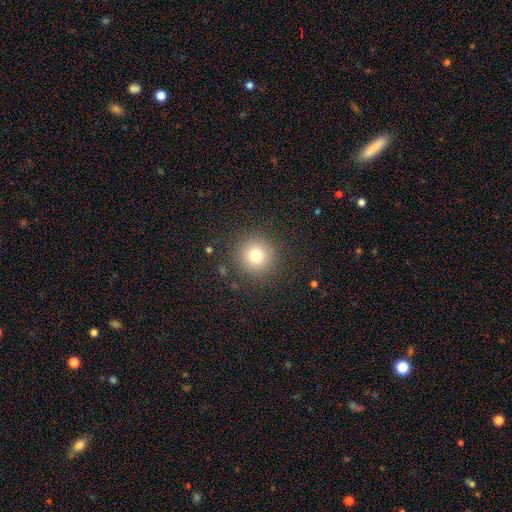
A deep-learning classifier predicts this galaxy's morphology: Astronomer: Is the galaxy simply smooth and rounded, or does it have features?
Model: smooth — 76%.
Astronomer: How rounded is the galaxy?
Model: round — 95%.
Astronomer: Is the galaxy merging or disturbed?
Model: none — 89%.